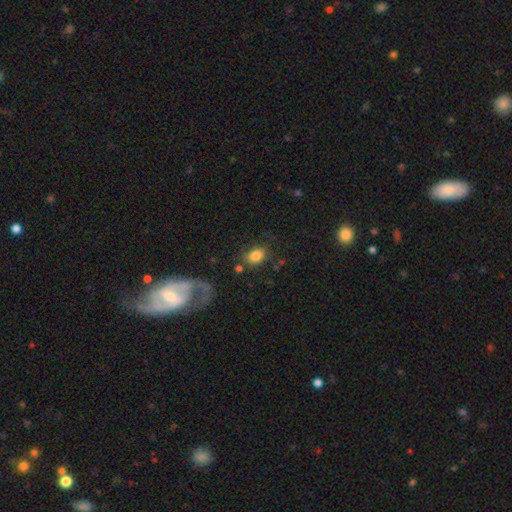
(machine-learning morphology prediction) A smooth galaxy with no disk features (81%) that is in between round and cigar-shaped (66%).

Vote fractions:
- Smooth or featured? smooth: 81% / star or artifact: 10% / featured or disk: 9%
- How rounded? in between: 66% / round: 32% / cigar-shaped: 1%
- Merging? none: 69% / minor disturbance: 16% / major disturbance: 8% / merger: 6%